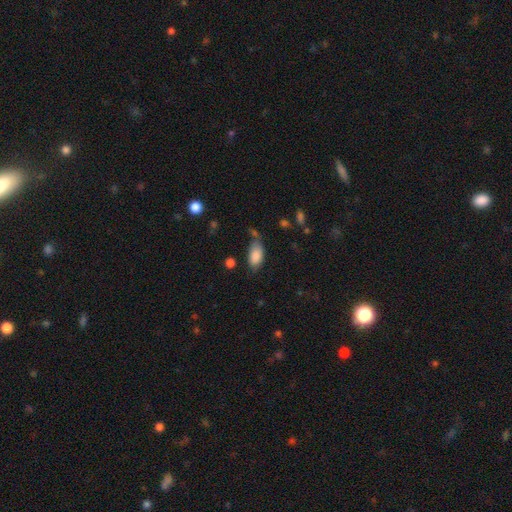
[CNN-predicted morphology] The model was most divided on "merging": none: 58%, minor disturbance: 27%, major disturbance: 8%, merger: 8%. More confident: how rounded — in between (93%); smooth or featured — smooth (86%).